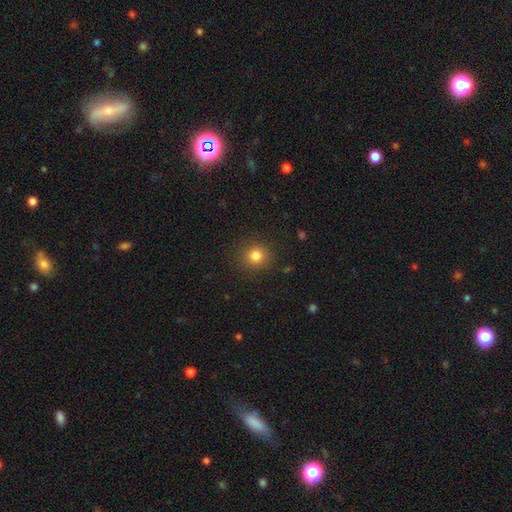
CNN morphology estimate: Smooth or featured? smooth (82%)
How rounded? round (91%)
Merging? none (89%)